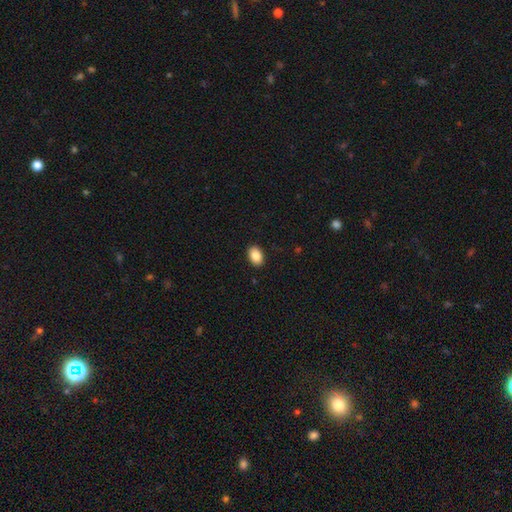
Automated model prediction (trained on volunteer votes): smooth_or_featured: smooth (p=0.87) [alt: star or artifact p=0.08]
how_rounded: in between (p=0.85) [alt: round p=0.14]
merging: none (p=0.91) [alt: minor disturbance p=0.07]